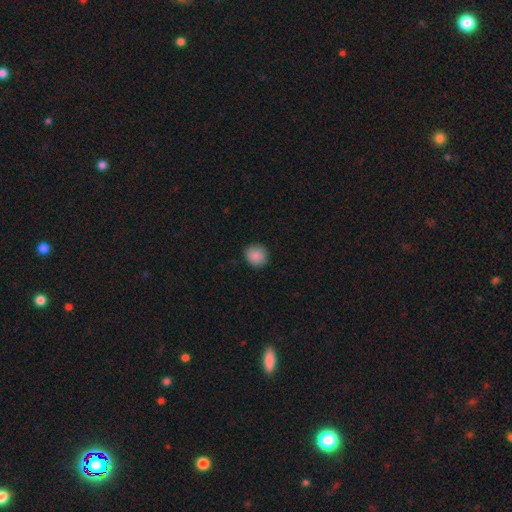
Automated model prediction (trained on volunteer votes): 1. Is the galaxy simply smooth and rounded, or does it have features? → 88% smooth, 8% star or artifact, 4% featured or disk.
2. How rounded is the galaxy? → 88% round, 11% in between, 1% cigar-shaped.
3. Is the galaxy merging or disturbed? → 88% none, 9% minor disturbance, 2% major disturbance, 1% merger.